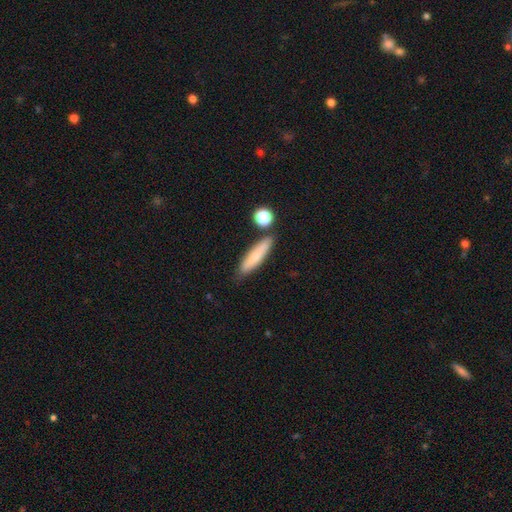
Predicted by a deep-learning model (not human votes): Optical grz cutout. It shows a smooth galaxy with no disk features (72%) that is cigar-shaped (78%). Merging: none (76%).